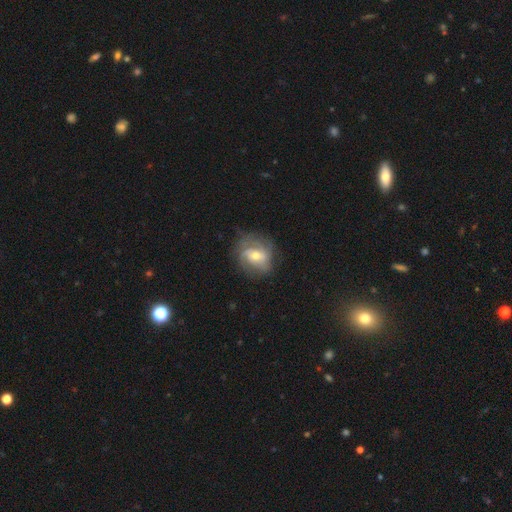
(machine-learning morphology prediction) featured or disk 72%, smooth 21%, star or artifact 7%. Down the decision tree: edge-on disk — no (97%); bar — no (42%, tied with weak); spiral arms — yes (86%); spiral arm count — 2 (39%); spiral winding — tight (43%); bulge size — moderate (59%); merging — none (68%).